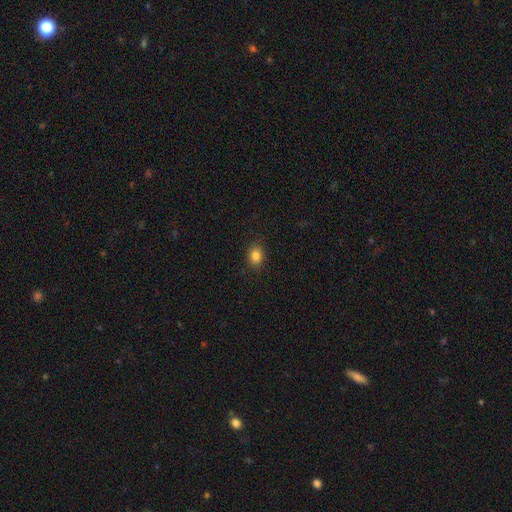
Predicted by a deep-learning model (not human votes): A smooth galaxy with no disk features (84%) that is in between round and cigar-shaped (60%). Merging: none (89%).